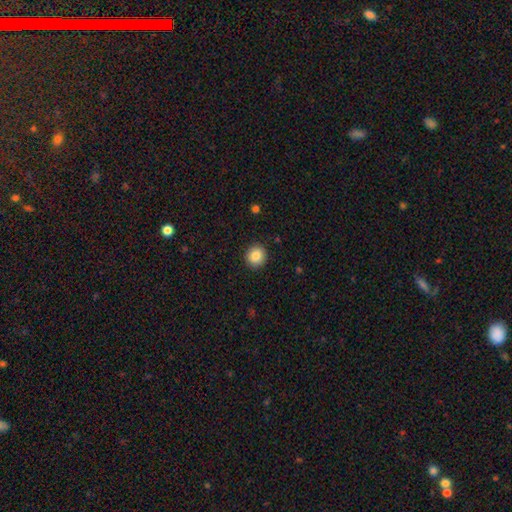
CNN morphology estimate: Q: Smooth or featured?
A: smooth (86%); runner-up: star or artifact (9%)
Q: How rounded?
A: round (88%); runner-up: in between (11%)
Q: Merging?
A: none (91%); runner-up: minor disturbance (6%)